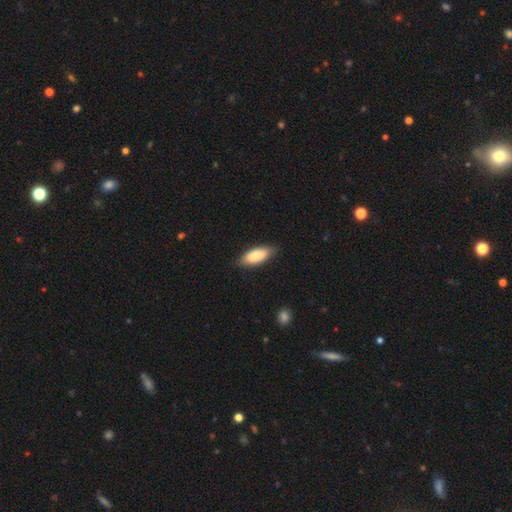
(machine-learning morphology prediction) A smooth galaxy with no disk features (83%) that is in between round and cigar-shaped (78%). Merging: none (82%).